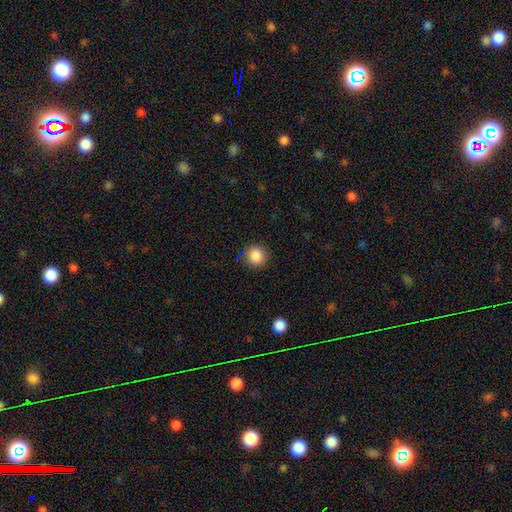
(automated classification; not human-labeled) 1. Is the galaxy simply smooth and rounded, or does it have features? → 86% smooth, 10% star or artifact, 4% featured or disk.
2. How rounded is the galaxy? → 93% round, 6% in between, 1% cigar-shaped.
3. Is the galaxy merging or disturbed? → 88% none, 8% minor disturbance, 3% major disturbance, 2% merger.